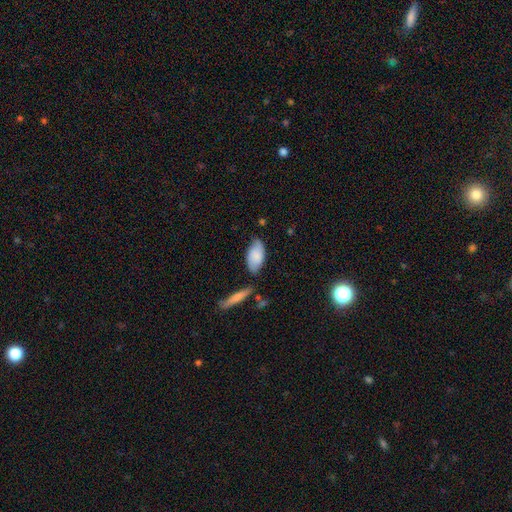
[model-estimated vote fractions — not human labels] Smooth or featured? smooth (79%)
How rounded? in between (92%)
Merging? none (66%)